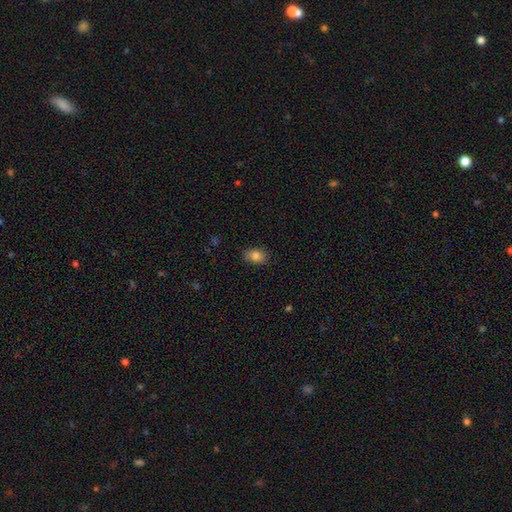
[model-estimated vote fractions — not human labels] Smooth or featured? Predicted: smooth (p=0.83). How rounded? Predicted: in between (p=0.79). Merging? Predicted: none (p=0.86).